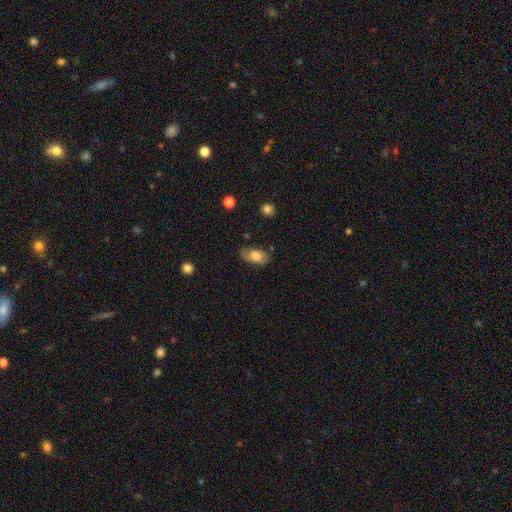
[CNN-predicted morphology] A smooth galaxy with no disk features (73%) that is in between round and cigar-shaped (93%).

Vote fractions:
- Smooth or featured? smooth: 73% / featured or disk: 20% / star or artifact: 7%
- How rounded? in between: 93% / round: 4% / cigar-shaped: 3%
- Merging? none: 74% / minor disturbance: 20% / major disturbance: 5% / merger: 2%